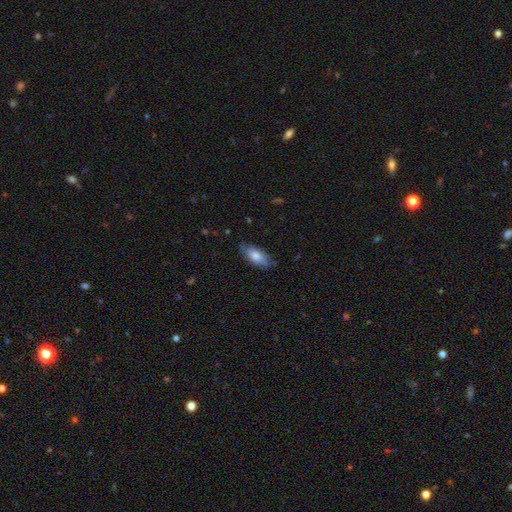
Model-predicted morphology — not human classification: smooth-or-featured: smooth: 70% | featured or disk: 24% | star or artifact: 6%
  how-rounded: in between: 82% | cigar-shaped: 16% | round: 2%
  merging: none: 75% | minor disturbance: 20% | major disturbance: 4% | merger: 1%